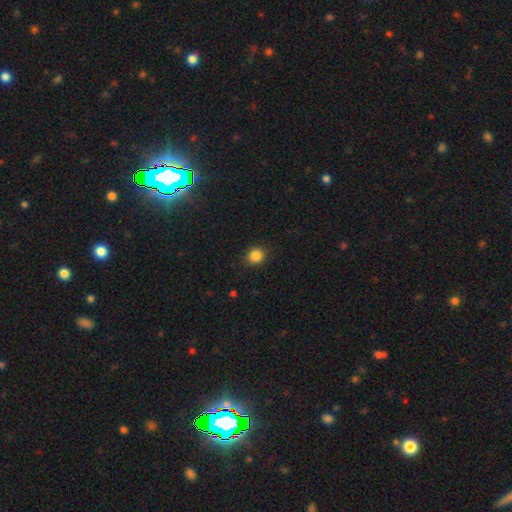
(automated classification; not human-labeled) smooth_or_featured: smooth (p=0.85) [alt: star or artifact p=0.11]
how_rounded: round (p=0.79) [alt: in between p=0.20]
merging: none (p=0.88) [alt: minor disturbance p=0.09]